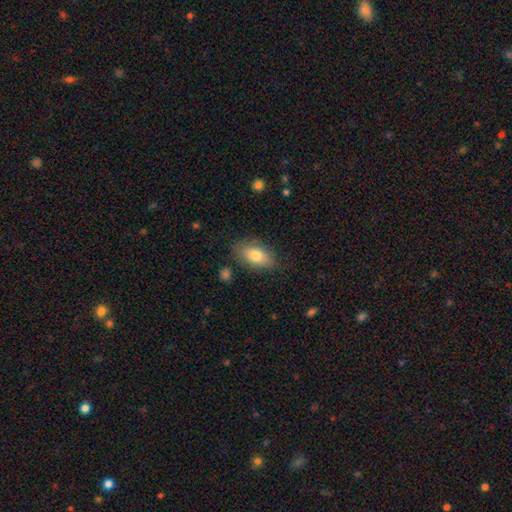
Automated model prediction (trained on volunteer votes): A smooth galaxy with no disk features (78%) that is in between round and cigar-shaped (90%).

Vote fractions:
- Smooth or featured? smooth: 78% / featured or disk: 15% / star or artifact: 7%
- How rounded? in between: 90% / round: 7% / cigar-shaped: 3%
- Merging? none: 78% / minor disturbance: 15% / major disturbance: 4% / merger: 2%